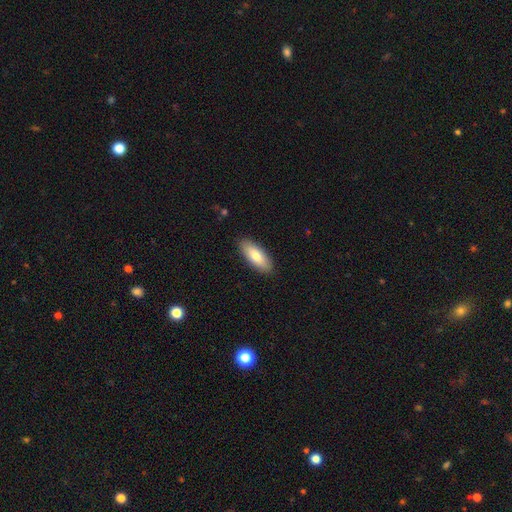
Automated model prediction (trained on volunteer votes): Q: Smooth or featured?
A: smooth (79%); runner-up: featured or disk (16%)
Q: How rounded?
A: in between (75%); runner-up: cigar-shaped (23%)
Q: Merging?
A: none (89%); runner-up: minor disturbance (8%)